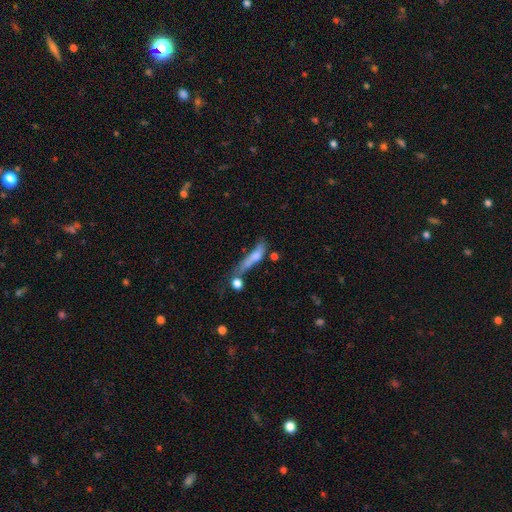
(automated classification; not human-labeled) smooth_or_featured: smooth (p=0.59) [alt: featured or disk p=0.30]
how_rounded: cigar-shaped (p=0.71) [alt: in between p=0.24]
merging: merger (p=0.30) [alt: none p=0.27]